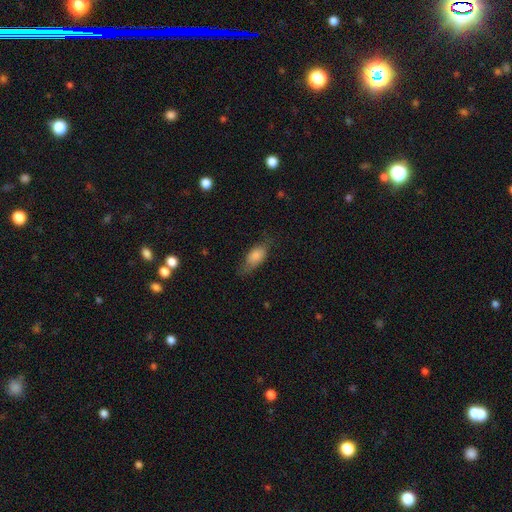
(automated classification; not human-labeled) smooth 79%, featured or disk 14%, star or artifact 7%. Down the decision tree: how rounded — in between (83%); merging — none (59%).